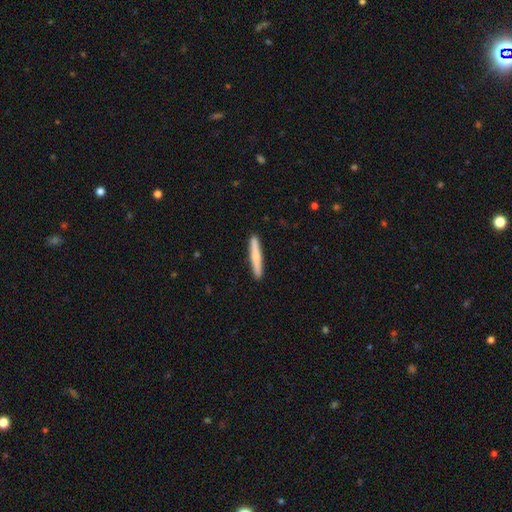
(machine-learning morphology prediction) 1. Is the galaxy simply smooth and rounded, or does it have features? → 70% smooth, 25% featured or disk, 5% star or artifact.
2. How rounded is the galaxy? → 95% cigar-shaped, 3% in between, 1% round.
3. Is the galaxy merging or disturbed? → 91% none, 6% minor disturbance, 1% major disturbance, 1% merger.